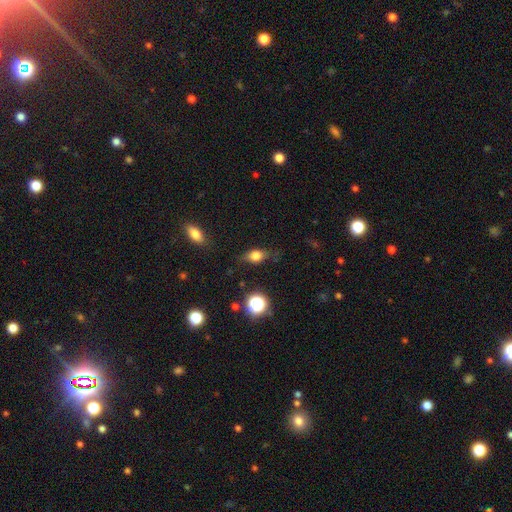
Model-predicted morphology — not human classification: type=smooth (71%); roundness=in between (72%); merging=none (72%).